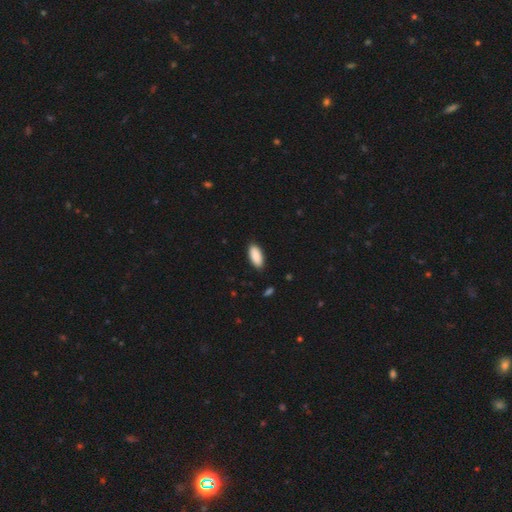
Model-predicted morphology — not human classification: This is clearly a smooth galaxy (91%). How rounded: clearly in between (90%). Merging: clearly none (88%).